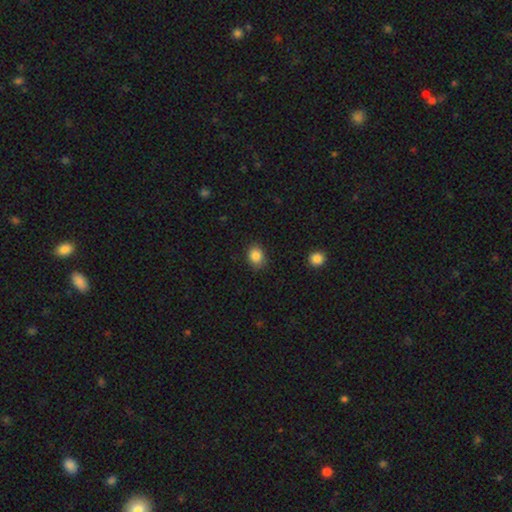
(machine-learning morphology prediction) A smooth galaxy with no disk features (86%) that is in between round and cigar-shaped (52%). Merging: none (85%).